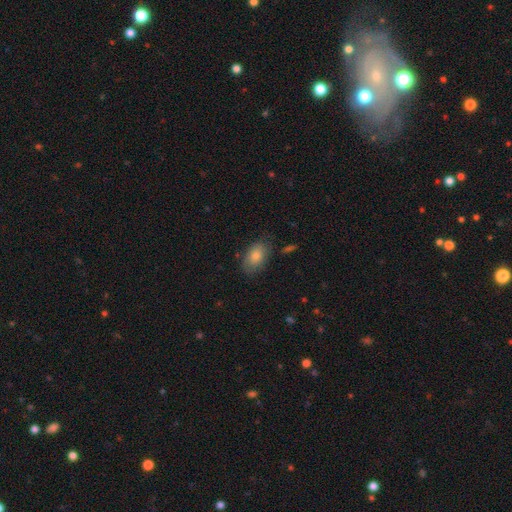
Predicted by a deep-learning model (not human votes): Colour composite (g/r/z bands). It shows a smooth galaxy with no disk features (80%) that is in between round and cigar-shaped (89%). Merging: none (80%).